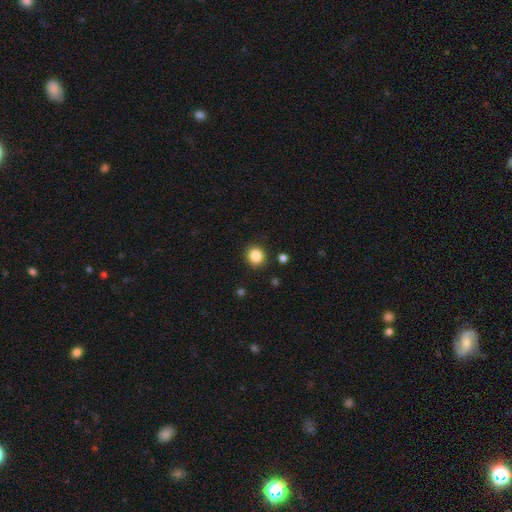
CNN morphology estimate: A smooth galaxy with no disk features (86%) that is round (89%).

Vote fractions:
- Smooth or featured? smooth: 86% / star or artifact: 10% / featured or disk: 3%
- How rounded? round: 89% / in between: 10% / cigar-shaped: 1%
- Merging? none: 89% / minor disturbance: 6% / major disturbance: 2% / merger: 2%